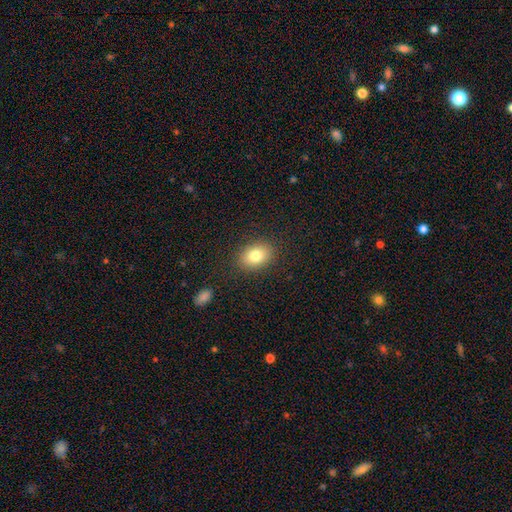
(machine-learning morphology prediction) A smooth galaxy with no disk features (79%) that is in between round and cigar-shaped (70%). Merging: none (87%).